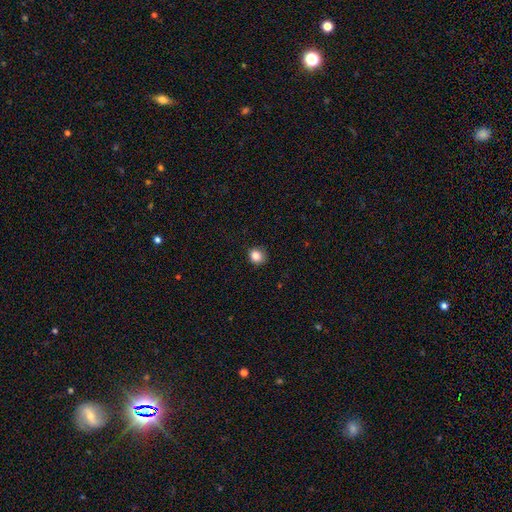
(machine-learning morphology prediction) type=smooth (85%); roundness=round (82%); merging=none (86%).